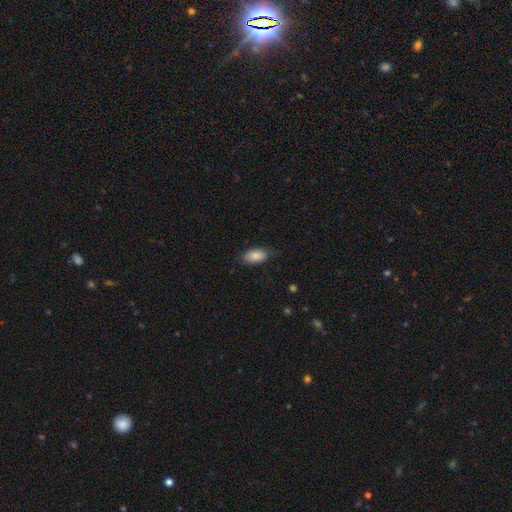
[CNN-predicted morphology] Smooth or featured?
  - smooth: 86% *
  - featured or disk: 7%
  - star or artifact: 7%
How rounded?
  - in between: 93% *
  - cigar-shaped: 3%
  - round: 3%
Merging?
  - none: 76% *
  - minor disturbance: 19%
  - major disturbance: 4%
  - merger: 1%